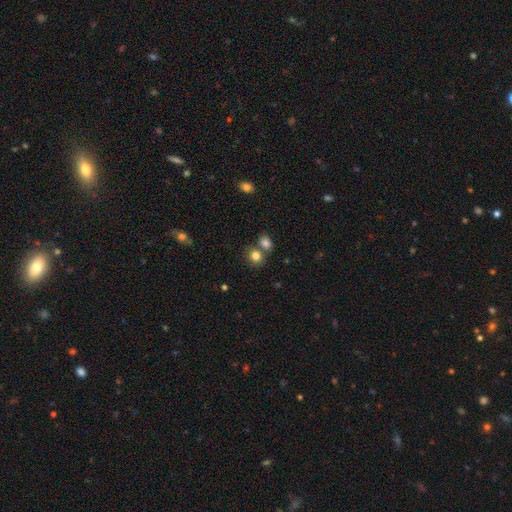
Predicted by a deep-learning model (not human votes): A smooth galaxy with no disk features (81%) that is round (75%). Merging: none (57%).